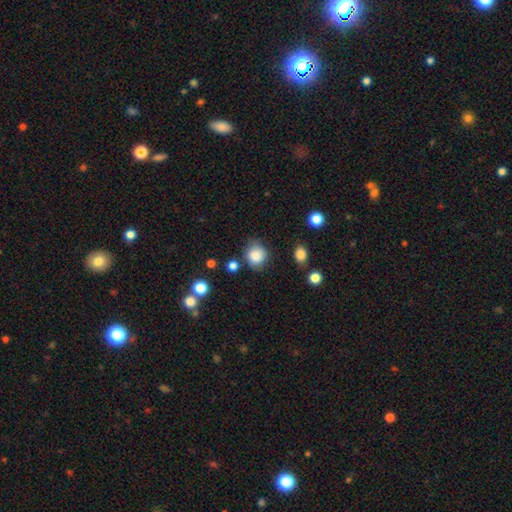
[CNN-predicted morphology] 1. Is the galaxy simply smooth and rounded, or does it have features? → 85% smooth, 9% star or artifact, 6% featured or disk.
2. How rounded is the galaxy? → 79% round, 20% in between, 1% cigar-shaped.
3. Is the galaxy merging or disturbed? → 70% none, 21% minor disturbance, 5% major disturbance, 4% merger.